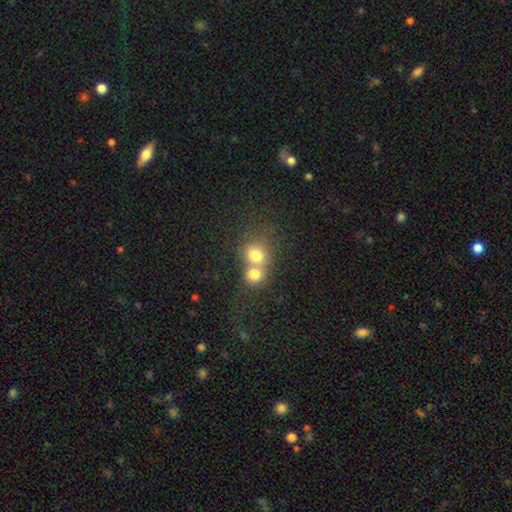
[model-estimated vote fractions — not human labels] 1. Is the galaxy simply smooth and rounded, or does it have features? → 75% smooth, 13% featured or disk, 12% star or artifact.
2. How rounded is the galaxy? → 79% round, 20% in between, 1% cigar-shaped.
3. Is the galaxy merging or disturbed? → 63% merger, 29% none, 5% minor disturbance, 3% major disturbance.